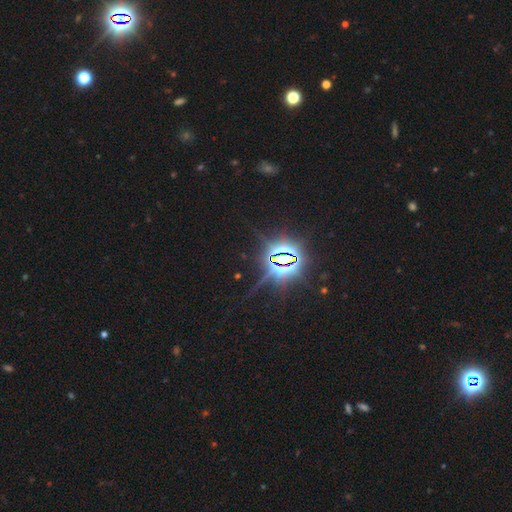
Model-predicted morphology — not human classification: smooth-or-featured: star or artifact: 86% | smooth: 9% | featured or disk: 6%